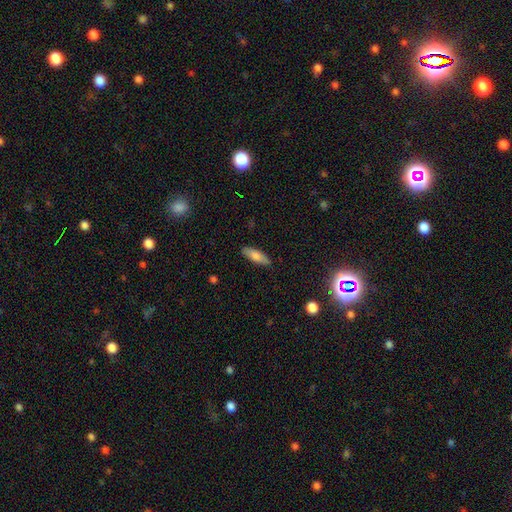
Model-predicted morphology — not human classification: This is likely a smooth galaxy (75%). How rounded: possibly in between (58%). Merging: clearly none (86%).